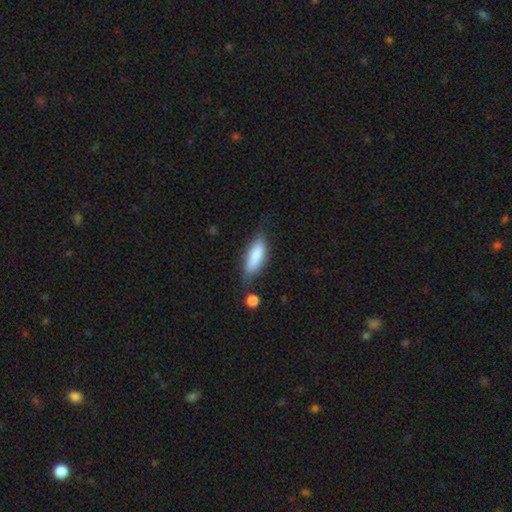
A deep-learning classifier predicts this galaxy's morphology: This is clearly a smooth galaxy (82%). How rounded: likely in between (64%). Merging: likely none (63%).